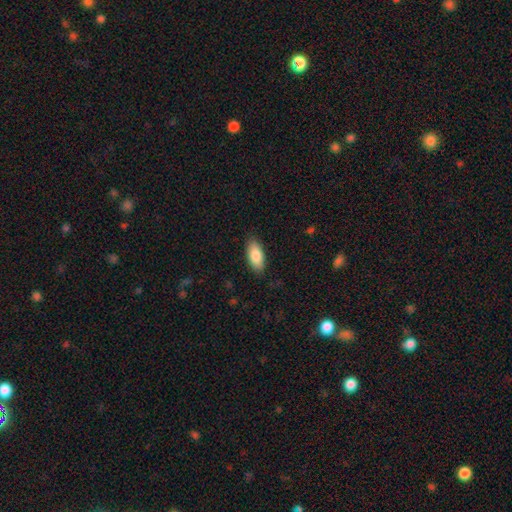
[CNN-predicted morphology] smooth_or_featured: smooth (p=0.86) [alt: featured or disk p=0.08]
how_rounded: in between (p=0.86) [alt: cigar-shaped p=0.12]
merging: none (p=0.86) [alt: minor disturbance p=0.10]